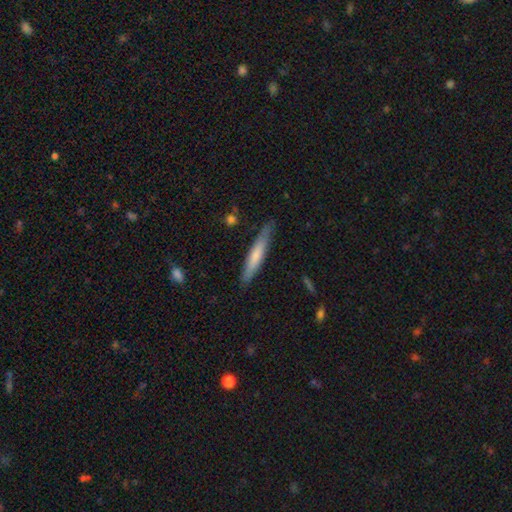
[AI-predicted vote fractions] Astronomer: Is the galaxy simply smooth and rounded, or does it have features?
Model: smooth — 64%.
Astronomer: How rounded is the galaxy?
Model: cigar-shaped — 92%.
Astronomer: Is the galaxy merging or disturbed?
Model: none — 83%.